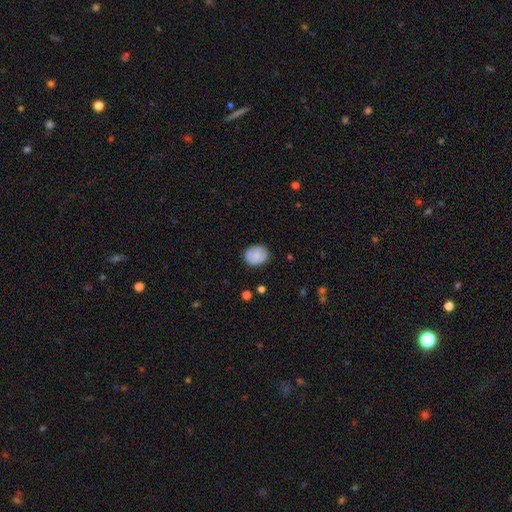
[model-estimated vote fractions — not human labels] Morphology: type=smooth (78%); roundness=round (56%); merging=none (80%).